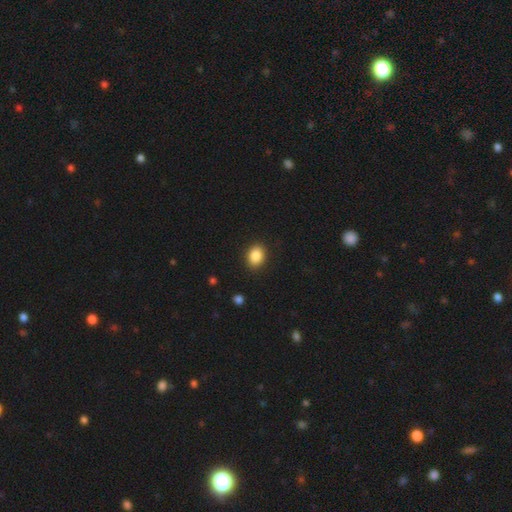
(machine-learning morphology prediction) smooth 87%, star or artifact 8%, featured or disk 4%. Down the decision tree: how rounded — in between (62%); merging — none (89%).